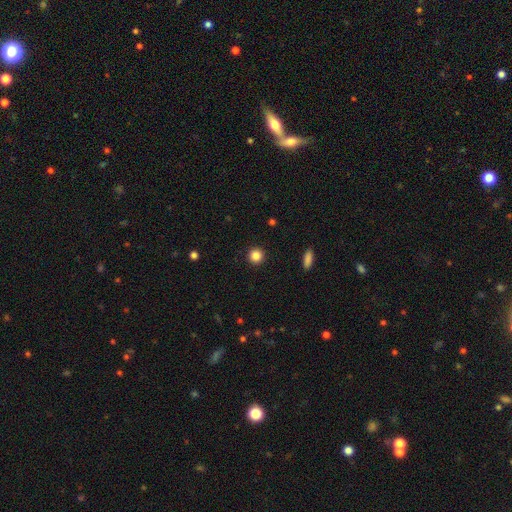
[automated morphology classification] Smooth or featured?
  - smooth: 85% *
  - star or artifact: 11%
  - featured or disk: 4%
How rounded?
  - round: 95% *
  - in between: 4%
  - cigar-shaped: 1%
Merging?
  - none: 93% *
  - minor disturbance: 4%
  - major disturbance: 2%
  - merger: 1%